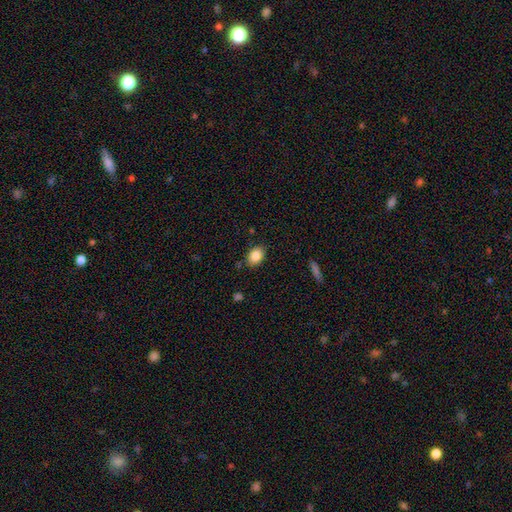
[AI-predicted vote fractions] smooth-or-featured: smooth: 85% | star or artifact: 8% | featured or disk: 7%
  how-rounded: in between: 74% | round: 25% | cigar-shaped: 1%
  merging: none: 84% | minor disturbance: 12% | major disturbance: 3% | merger: 2%